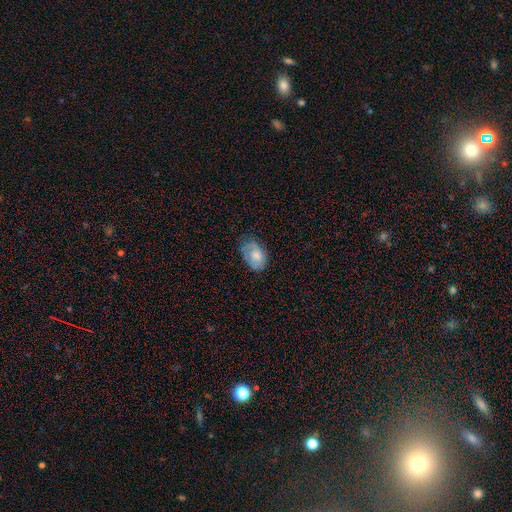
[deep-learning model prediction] Smooth or featured? Predicted: smooth (p=0.68). How rounded? Predicted: in between (p=0.83). Merging? Predicted: none (p=0.56).